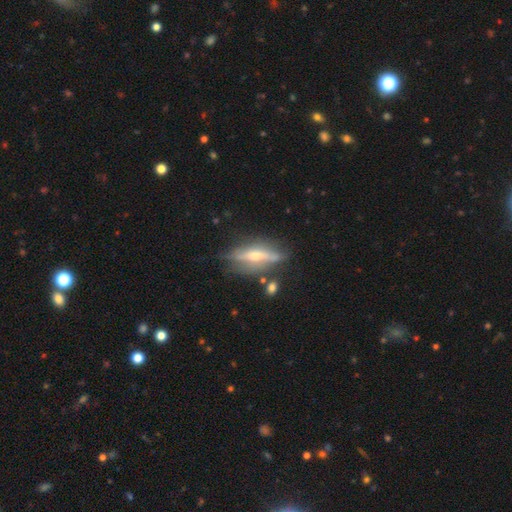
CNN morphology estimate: smooth_or_featured: featured or disk (p=0.72) [alt: smooth p=0.21]
disk_edge_on: yes (p=0.87) [alt: no p=0.13]
edge_on_bulge: rounded (p=0.85) [alt: boxy p=0.08]
merging: none (p=0.72) [alt: minor disturbance p=0.18]